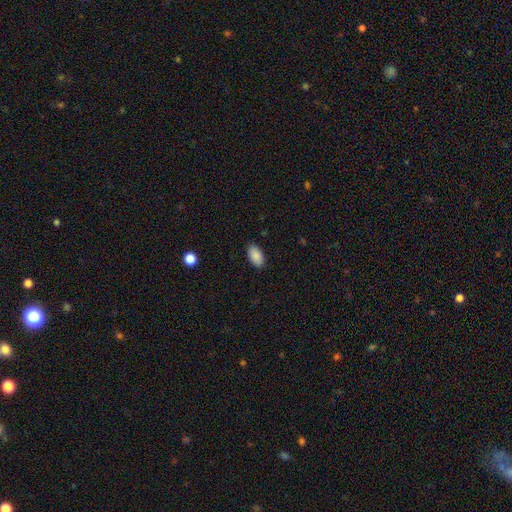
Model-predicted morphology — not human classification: Smooth or featured: smooth — 89% (star or artifact — 7%)
How rounded: in between — 95% (round — 3%)
Merging: none — 87% (minor disturbance — 9%)